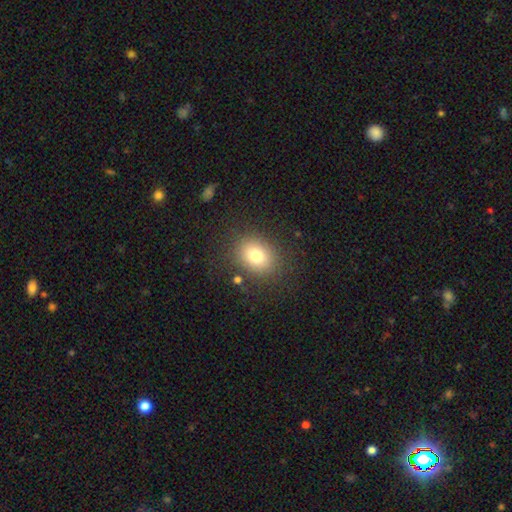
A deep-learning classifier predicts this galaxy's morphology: This appears to be a smooth galaxy with no disk features (77%) that is round (50%). Merging: none (83%).